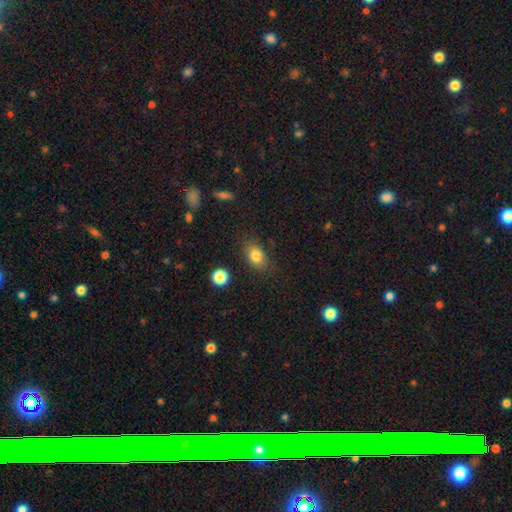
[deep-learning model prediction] A smooth galaxy with no disk features (80%) that is in between round and cigar-shaped (80%). Merging: none (79%).